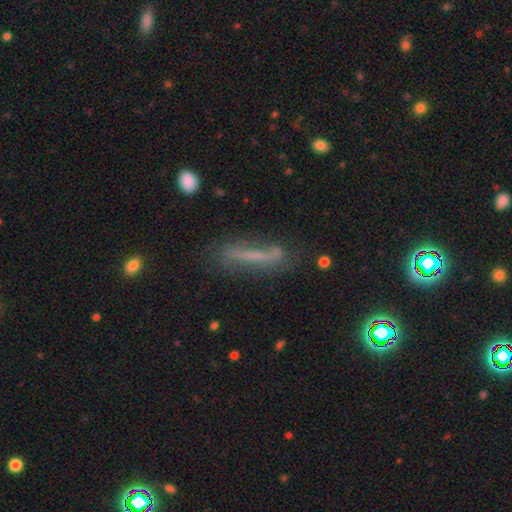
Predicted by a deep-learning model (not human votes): smooth-or-featured: smooth: 42% | featured or disk: 39% | star or artifact: 19%
  merging: none: 63% | minor disturbance: 22% | major disturbance: 10% | merger: 5%